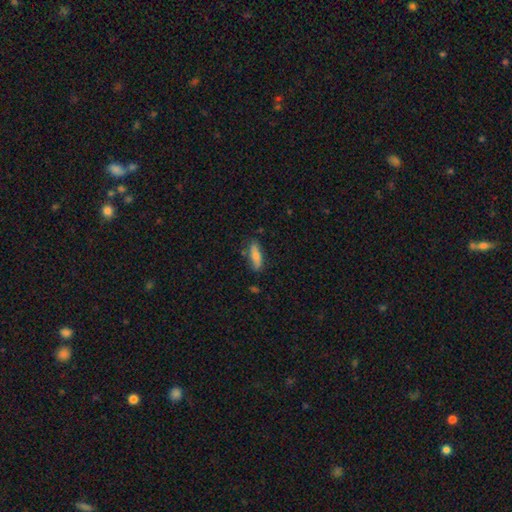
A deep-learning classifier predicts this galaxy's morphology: Smooth or featured? Predicted: smooth (p=0.69). How rounded? Predicted: cigar-shaped (p=0.52). Merging? Predicted: none (p=0.78).